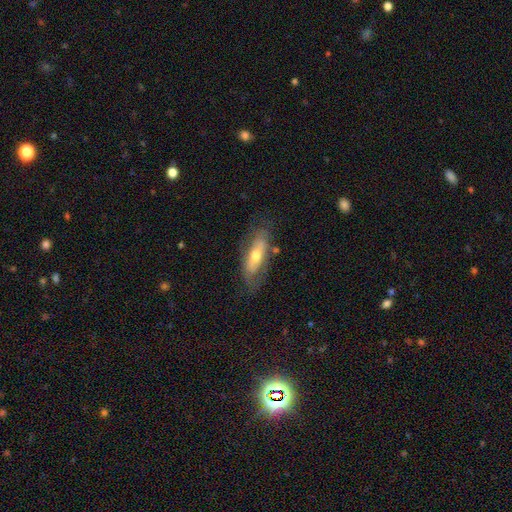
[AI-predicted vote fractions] smooth_or_featured: featured or disk (p=0.51) [alt: smooth p=0.42]
disk_edge_on: no (p=0.74) [alt: yes p=0.26]
merging: none (p=0.68) [alt: minor disturbance p=0.20]